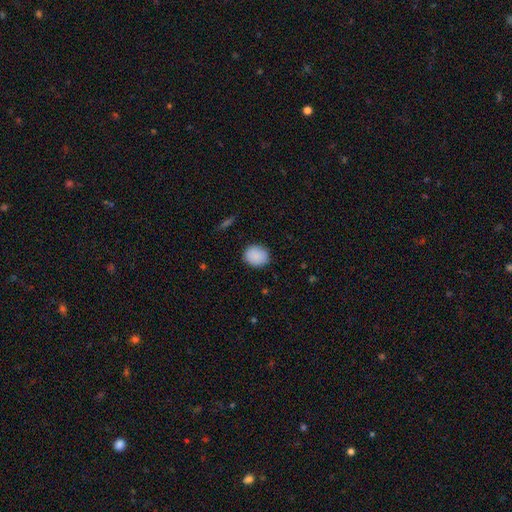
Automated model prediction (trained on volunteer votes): A smooth galaxy with no disk features (89%) that is round (73%).

Vote fractions:
- Smooth or featured? smooth: 89% / star or artifact: 7% / featured or disk: 3%
- How rounded? round: 73% / in between: 26% / cigar-shaped: 1%
- Merging? none: 86% / minor disturbance: 10% / major disturbance: 3% / merger: 1%